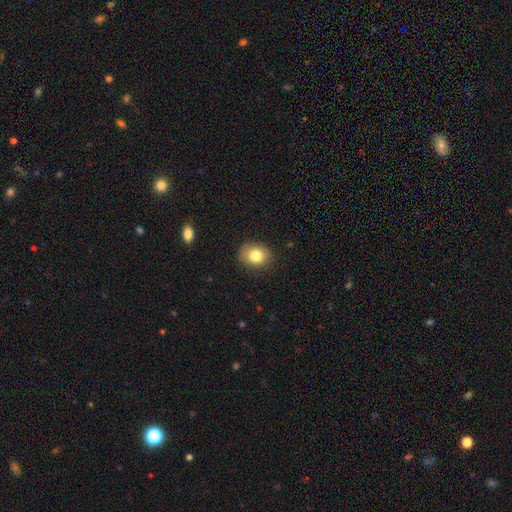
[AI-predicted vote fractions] This is clearly a smooth galaxy (80%). How rounded: possibly round (55%). Merging: clearly none (84%).